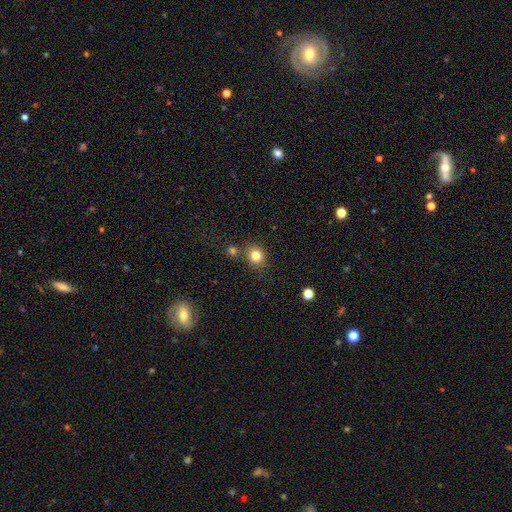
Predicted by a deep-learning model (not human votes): This is clearly a smooth galaxy (81%). How rounded: likely round (74%). Merging: likely none (74%).